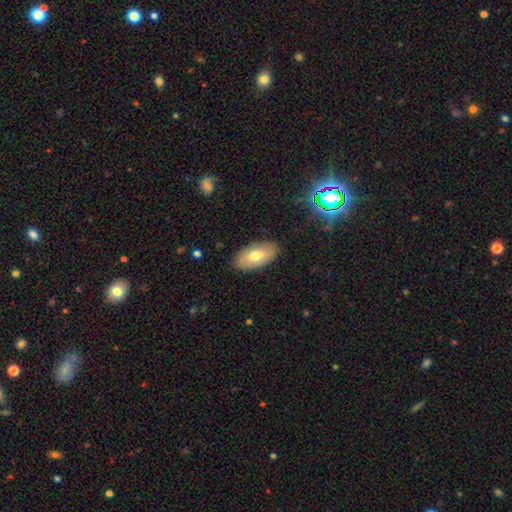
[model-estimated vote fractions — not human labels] smooth-or-featured: smooth: 69% | featured or disk: 25% | star or artifact: 6%
  how-rounded: in between: 94% | cigar-shaped: 3% | round: 3%
  merging: none: 86% | minor disturbance: 11% | major disturbance: 2% | merger: 1%